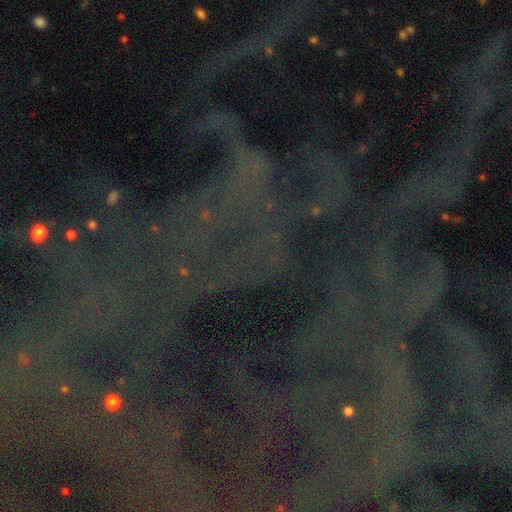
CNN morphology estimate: Smooth or featured?
  - star or artifact: 82% *
  - featured or disk: 10%
  - smooth: 8%